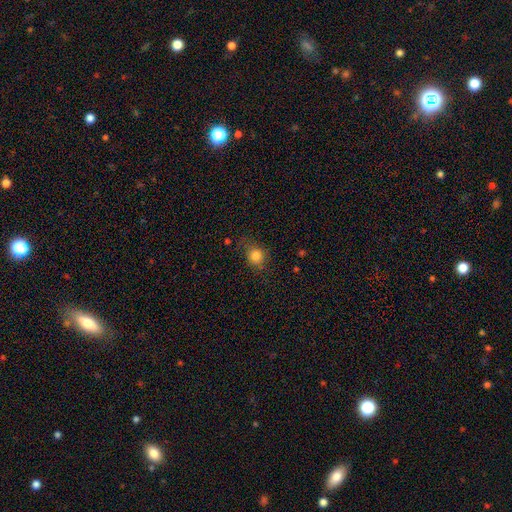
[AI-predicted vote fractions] The model was most divided on "how rounded": round: 73%, in between: 26%, cigar-shaped: 1%. More confident: smooth or featured — smooth (82%); merging — none (69%).